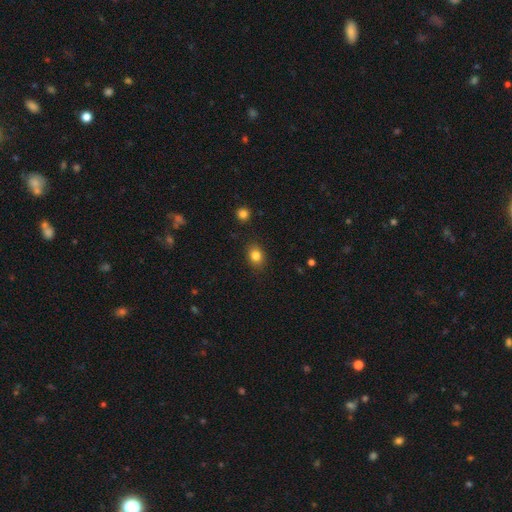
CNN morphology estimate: This is clearly a smooth galaxy (83%). How rounded: possibly in between (55%). Merging: clearly none (86%).